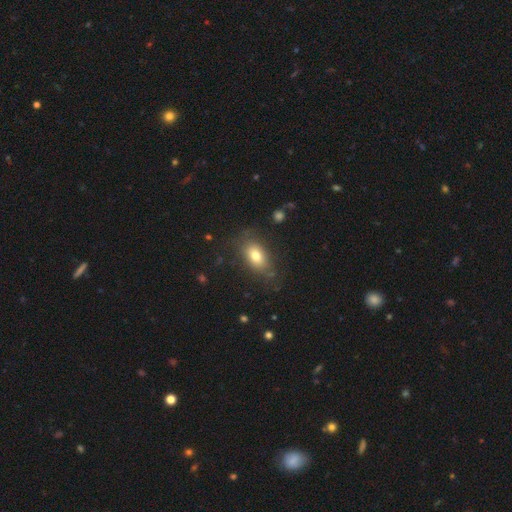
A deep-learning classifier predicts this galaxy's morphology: smooth_or_featured: smooth (p=0.76) [alt: featured or disk p=0.15]
how_rounded: in between (p=0.87) [alt: round p=0.10]
merging: none (p=0.74) [alt: minor disturbance p=0.17]